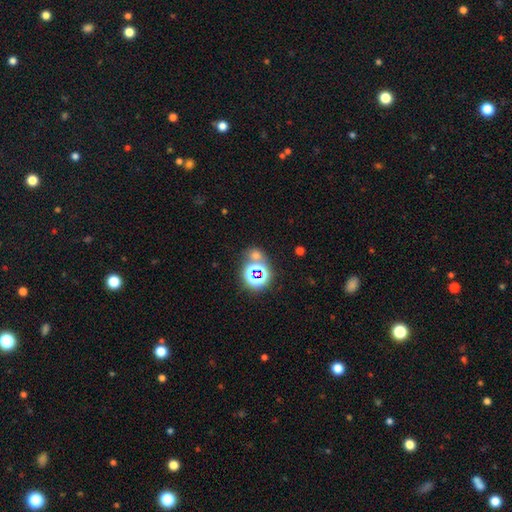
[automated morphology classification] A star or artifact, not a galaxy (47%).